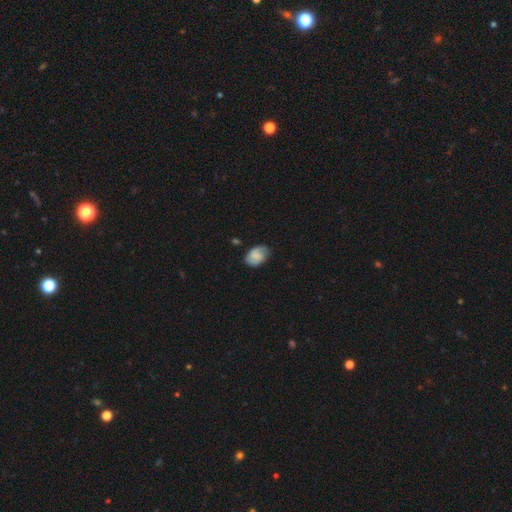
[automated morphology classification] Smooth or featured: smooth — 53% (featured or disk — 38%)
How rounded: in between — 77% (round — 22%)
Merging: none — 69% (minor disturbance — 23%)